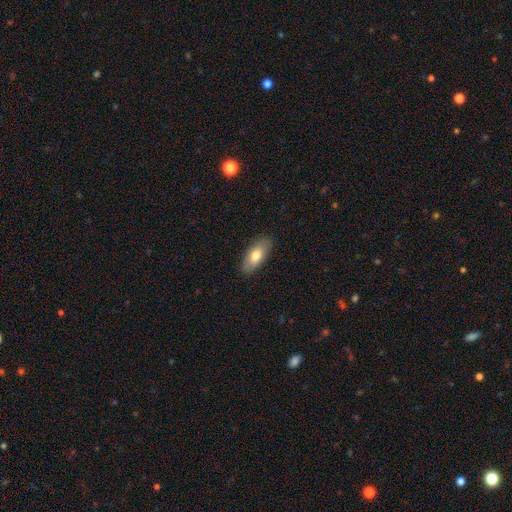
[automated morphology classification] Overall: smooth (74%). How rounded: in between (86%). Merging: none (87%).